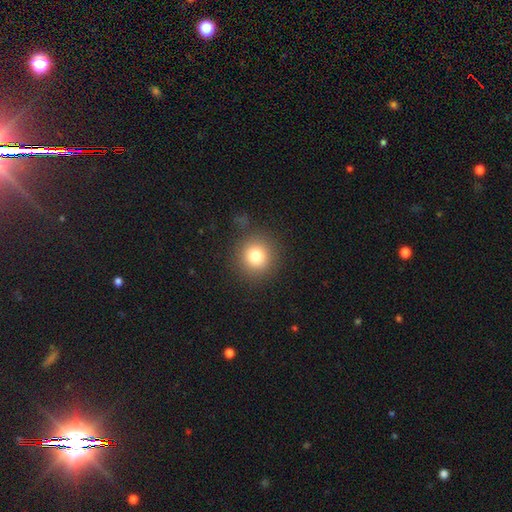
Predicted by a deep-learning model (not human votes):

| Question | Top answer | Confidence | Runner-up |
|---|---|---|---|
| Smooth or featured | smooth | 81% | star or artifact (11%) |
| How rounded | round | 91% | in between (8%) |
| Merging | none | 85% | minor disturbance (9%) |